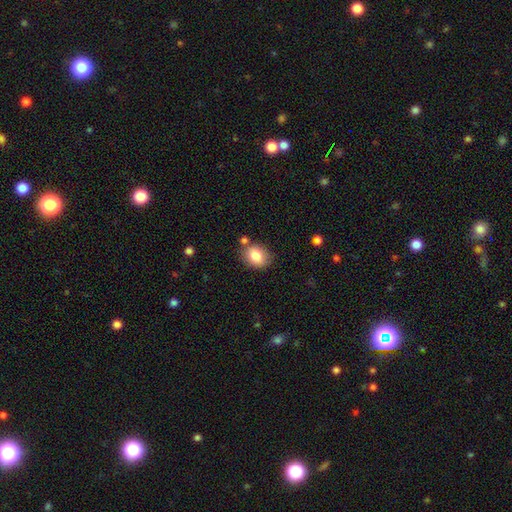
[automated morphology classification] Overall: smooth (82%). How rounded: in between (55%; round 44%). Merging: none (74%).